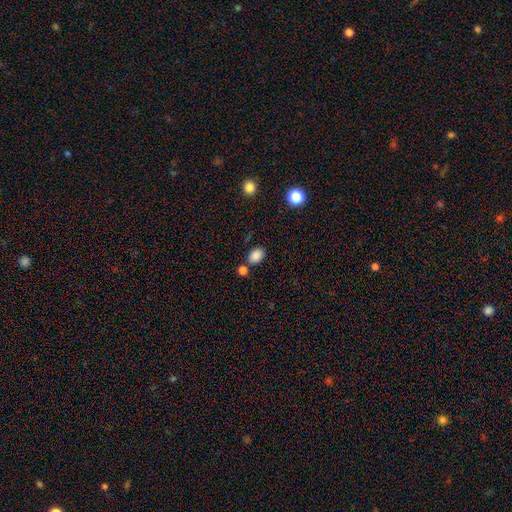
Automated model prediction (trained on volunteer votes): Smooth or featured: smooth — 85% (star or artifact — 10%)
How rounded: in between — 73% (round — 26%)
Merging: none — 71% (merger — 13%)